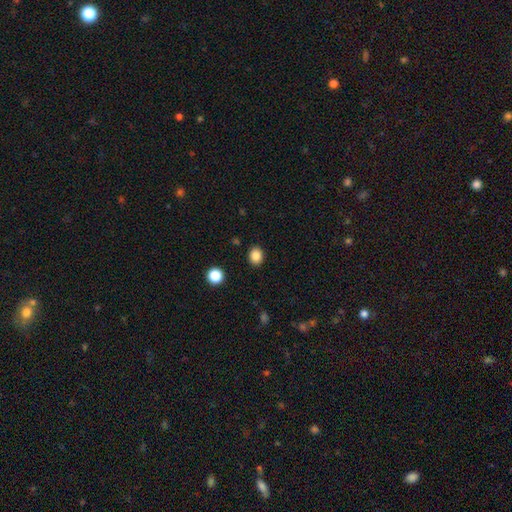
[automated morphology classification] A smooth galaxy with no disk features (85%) that is round (57%).

Vote fractions:
- Smooth or featured? smooth: 85% / star or artifact: 11% / featured or disk: 4%
- How rounded? round: 57% / in between: 42% / cigar-shaped: 1%
- Merging? none: 89% / minor disturbance: 7% / major disturbance: 2% / merger: 2%